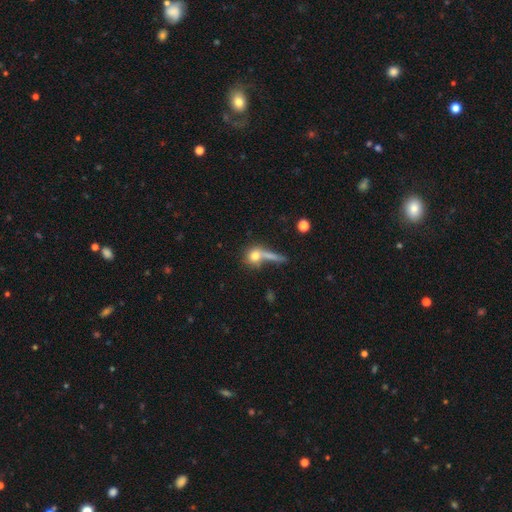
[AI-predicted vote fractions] smooth-or-featured: smooth: 71% | featured or disk: 18% | star or artifact: 11%
  how-rounded: round: 72% | in between: 19% | cigar-shaped: 9%
  merging: none: 43% | merger: 28% | major disturbance: 16% | minor disturbance: 13%